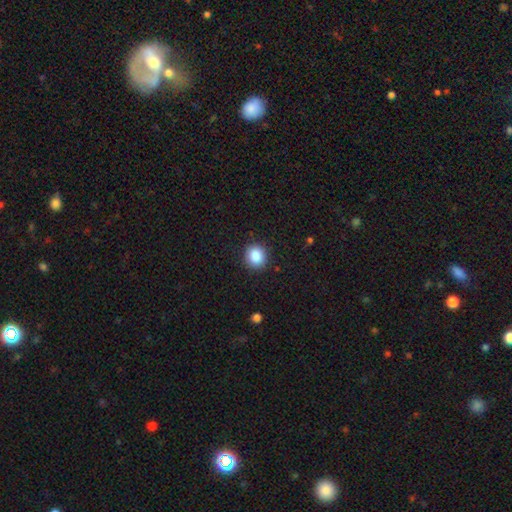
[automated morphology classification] This is clearly a smooth galaxy (88%). How rounded: clearly round (84%). Merging: clearly none (89%).